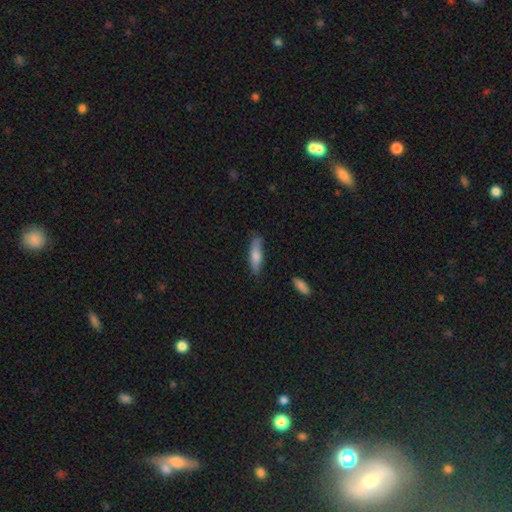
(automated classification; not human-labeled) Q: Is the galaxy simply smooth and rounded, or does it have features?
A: smooth — 68%.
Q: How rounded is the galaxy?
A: cigar-shaped — 77%.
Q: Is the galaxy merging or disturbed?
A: none — 82%.